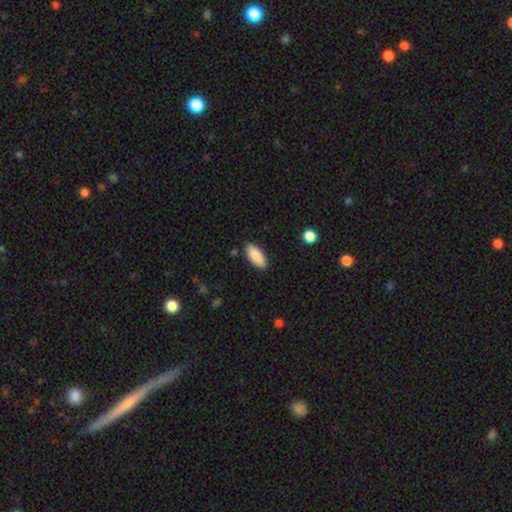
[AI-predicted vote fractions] Q: Smooth or featured?
A: smooth (88%); runner-up: featured or disk (6%)
Q: How rounded?
A: in between (87%); runner-up: cigar-shaped (11%)
Q: Merging?
A: none (87%); runner-up: minor disturbance (10%)